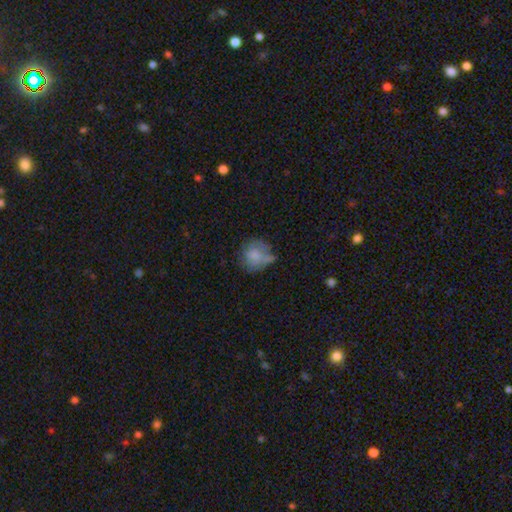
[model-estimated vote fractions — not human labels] Q: Smooth or featured?
A: smooth (75%); runner-up: featured or disk (16%)
Q: How rounded?
A: round (82%); runner-up: in between (16%)
Q: Merging?
A: none (48%); runner-up: minor disturbance (29%)